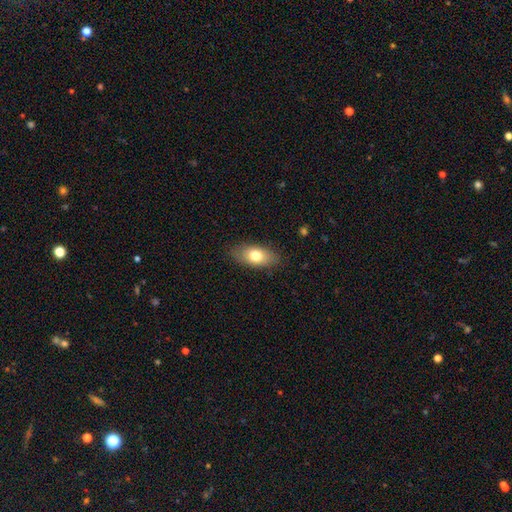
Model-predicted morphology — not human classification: smooth 74%, featured or disk 19%, star or artifact 7%. Down the decision tree: how rounded — in between (89%); merging — none (84%).